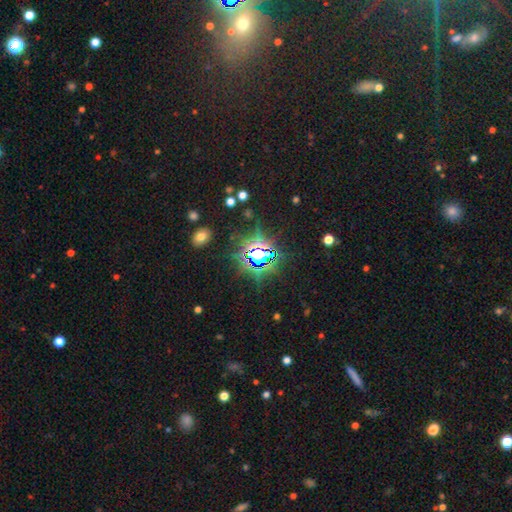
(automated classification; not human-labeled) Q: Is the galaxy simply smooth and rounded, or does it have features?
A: star or artifact — 76%.